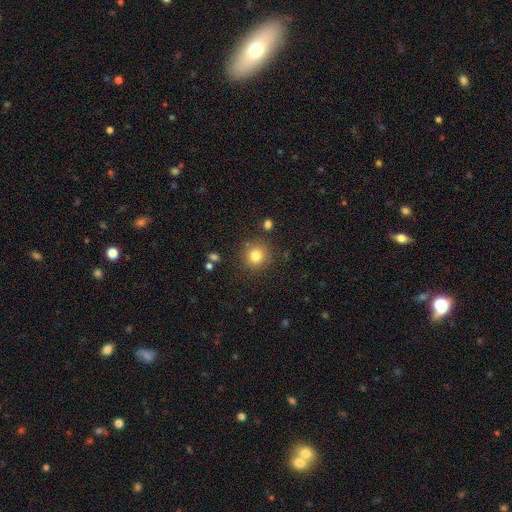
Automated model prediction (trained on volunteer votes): This appears to be a smooth galaxy with no disk features (82%) that is round (91%). Merging: none (85%).